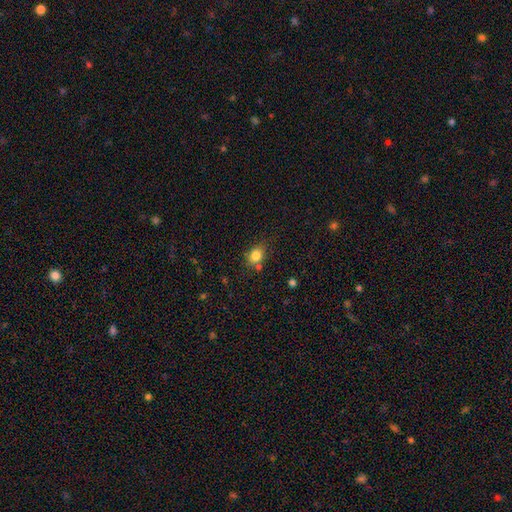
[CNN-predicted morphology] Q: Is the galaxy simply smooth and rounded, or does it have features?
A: smooth — 82%.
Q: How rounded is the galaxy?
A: in between — 50%.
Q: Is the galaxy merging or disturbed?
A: none — 68%.